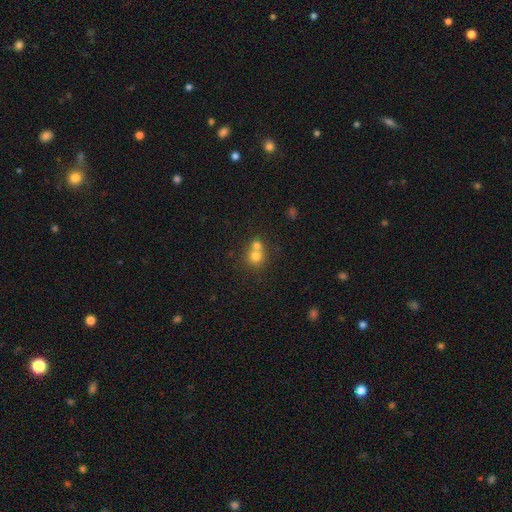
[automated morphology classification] Overall: smooth (75%). How rounded: round (85%). Merging: merger (55%; none 38%).